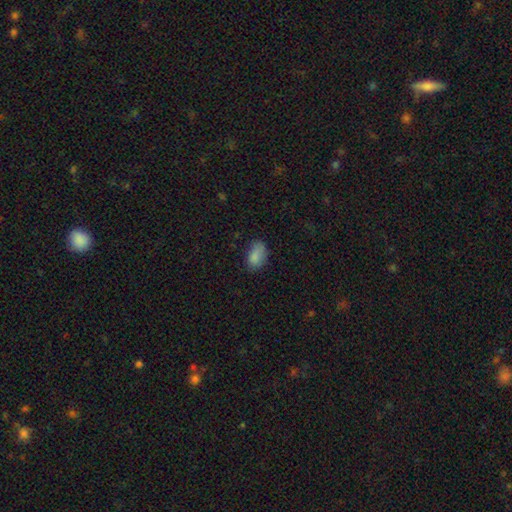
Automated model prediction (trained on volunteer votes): This appears to be a smooth galaxy with no disk features (84%) that is in between round and cigar-shaped (91%). Merging: none (63%).